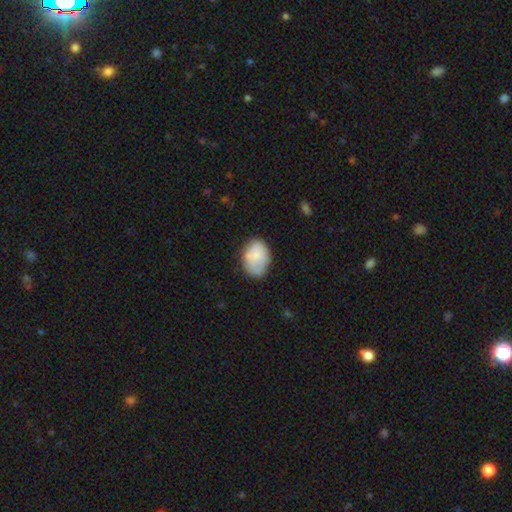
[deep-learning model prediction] A smooth galaxy with no disk features (77%) that is in between round and cigar-shaped (76%). Merging: none (55%).